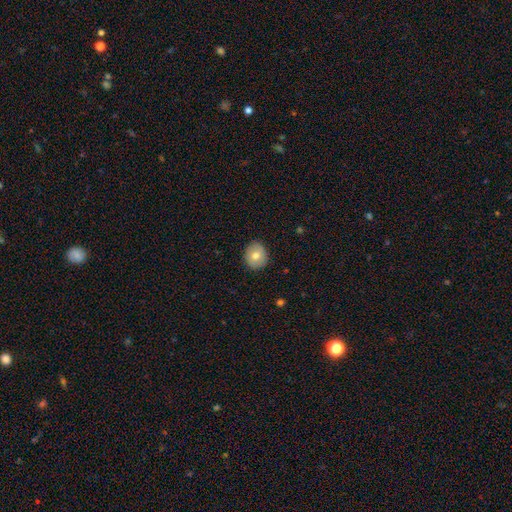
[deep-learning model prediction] Smooth or featured? Predicted: smooth (p=0.74). How rounded? Predicted: round (p=0.73). Merging? Predicted: none (p=0.89).